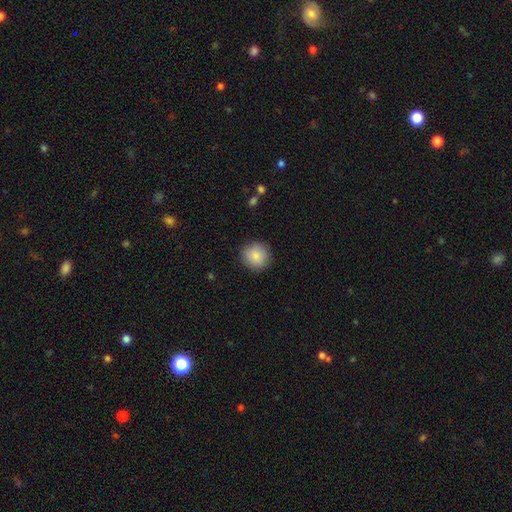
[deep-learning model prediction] The model was most divided on "smooth or featured": smooth: 86%, star or artifact: 7%, featured or disk: 6%. More confident: how rounded — round (92%); merging — none (89%).